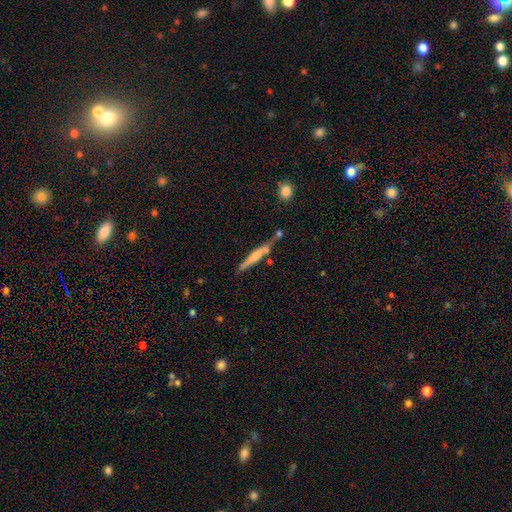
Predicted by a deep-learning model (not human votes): A smooth galaxy with no disk features (51%) that is cigar-shaped (93%). Merging: none (60%).